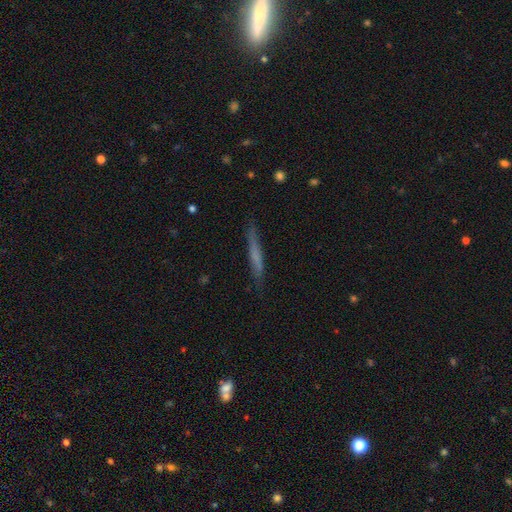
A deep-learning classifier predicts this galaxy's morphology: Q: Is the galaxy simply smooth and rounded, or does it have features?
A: smooth — 55%.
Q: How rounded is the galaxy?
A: cigar-shaped — 95%.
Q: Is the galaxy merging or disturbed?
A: none — 83%.